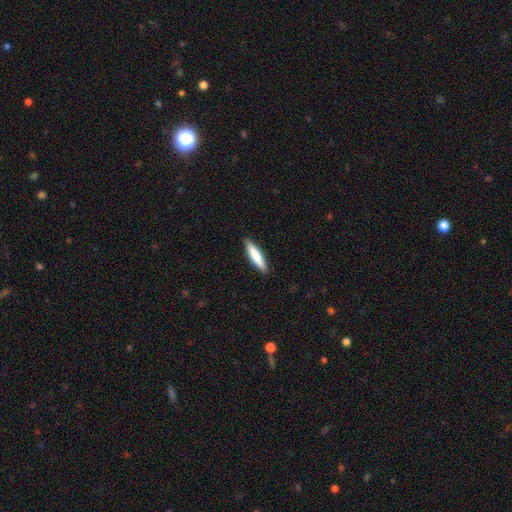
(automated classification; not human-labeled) Smooth or featured? Predicted: smooth (p=0.78). How rounded? Predicted: cigar-shaped (p=0.84). Merging? Predicted: none (p=0.90).